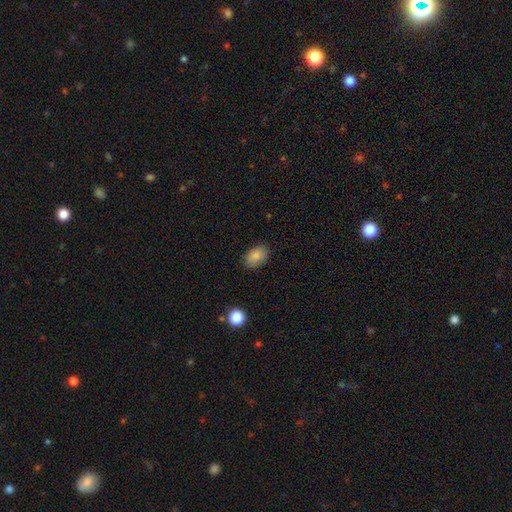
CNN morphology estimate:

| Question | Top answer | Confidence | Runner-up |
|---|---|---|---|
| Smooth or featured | smooth | 86% | star or artifact (8%) |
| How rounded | in between | 87% | round (12%) |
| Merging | none | 85% | minor disturbance (12%) |